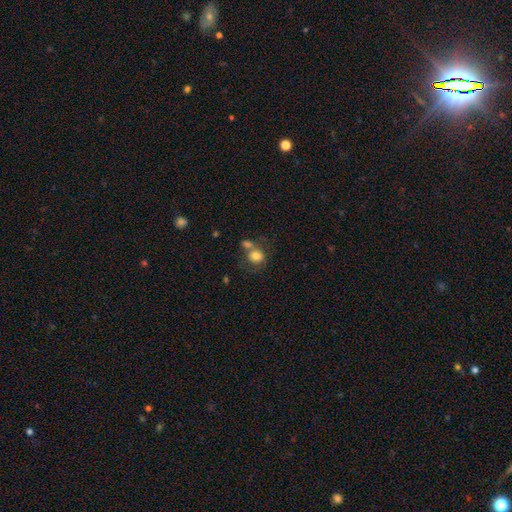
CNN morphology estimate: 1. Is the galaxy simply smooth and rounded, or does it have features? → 77% smooth, 13% featured or disk, 10% star or artifact.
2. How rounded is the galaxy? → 65% round, 34% in between, 1% cigar-shaped.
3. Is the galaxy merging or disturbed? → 41% none, 38% merger, 13% minor disturbance, 8% major disturbance.